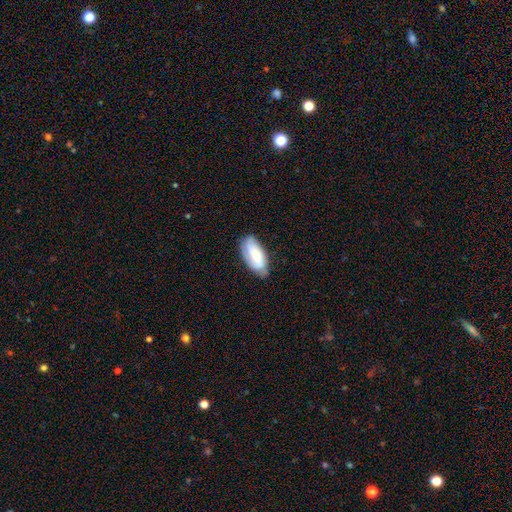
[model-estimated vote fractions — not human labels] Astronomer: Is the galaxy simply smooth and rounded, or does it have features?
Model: smooth — 71%.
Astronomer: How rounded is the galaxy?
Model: in between — 90%.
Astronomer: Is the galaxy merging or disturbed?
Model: none — 66%.